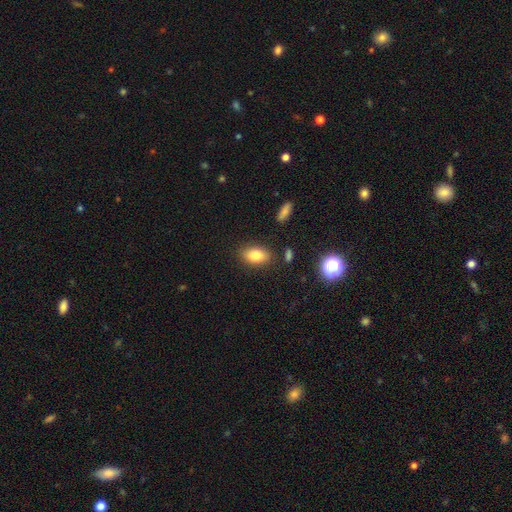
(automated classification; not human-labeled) smooth_or_featured: smooth (p=0.80) [alt: featured or disk p=0.11]
how_rounded: in between (p=0.86) [alt: round p=0.10]
merging: none (p=0.83) [alt: minor disturbance p=0.11]